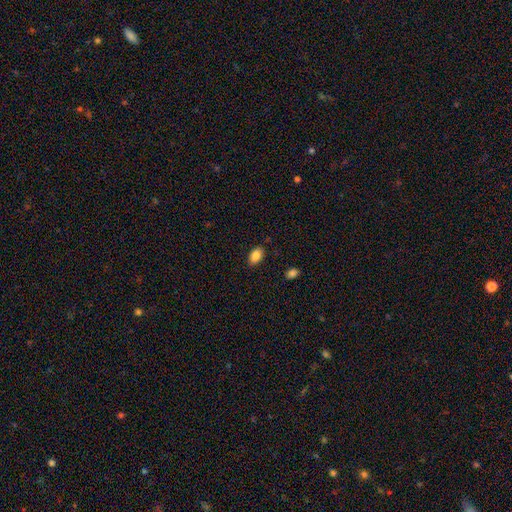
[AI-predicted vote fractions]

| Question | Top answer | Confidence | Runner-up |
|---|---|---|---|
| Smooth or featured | smooth | 86% | star or artifact (8%) |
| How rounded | in between | 89% | round (9%) |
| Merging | none | 86% | minor disturbance (10%) |